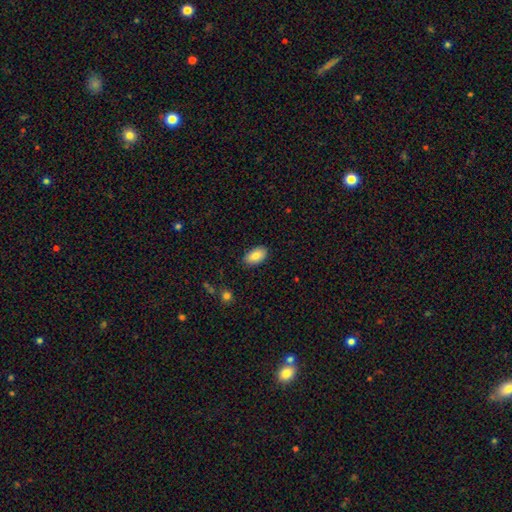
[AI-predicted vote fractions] smooth 85%, featured or disk 8%, star or artifact 7%. Down the decision tree: how rounded — in between (94%); merging — none (86%).